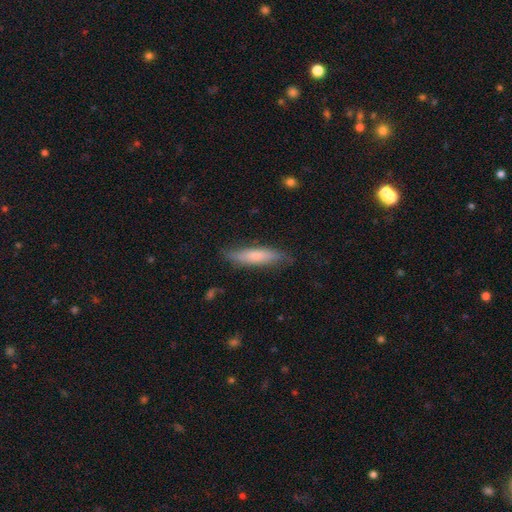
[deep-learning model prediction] Q: Smooth or featured?
A: smooth (70%); runner-up: featured or disk (24%)
Q: How rounded?
A: cigar-shaped (81%); runner-up: in between (17%)
Q: Merging?
A: none (78%); runner-up: minor disturbance (17%)